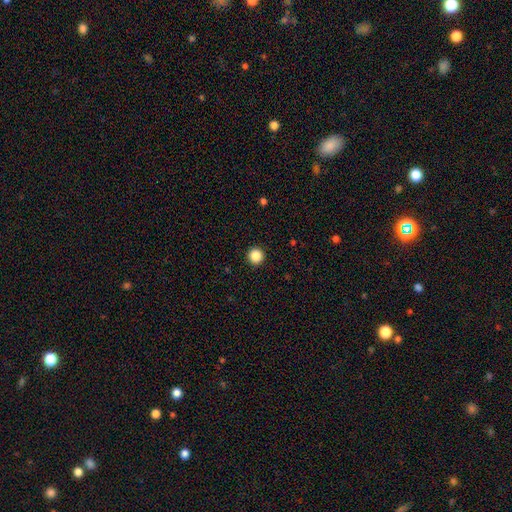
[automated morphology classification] This appears to be a smooth galaxy with no disk features (87%) that is round (96%). Merging: none (93%).